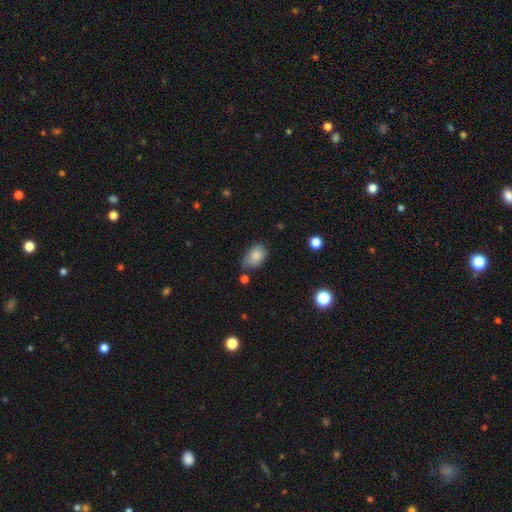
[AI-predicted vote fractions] This is clearly a smooth galaxy (85%). How rounded: clearly in between (82%). Merging: possibly none (59%).